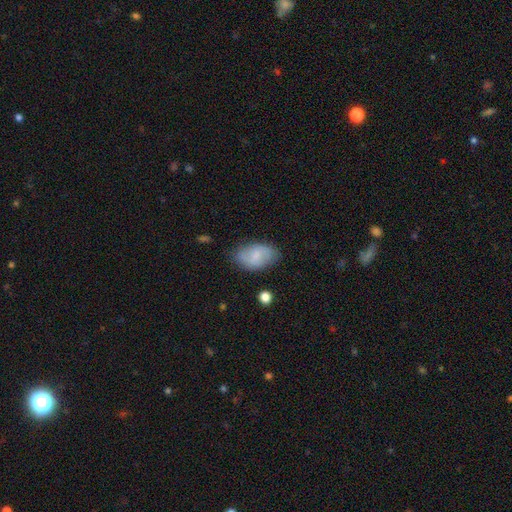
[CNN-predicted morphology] Smooth or featured: smooth — 68% (featured or disk — 25%)
How rounded: in between — 91% (round — 7%)
Merging: none — 77% (minor disturbance — 17%)